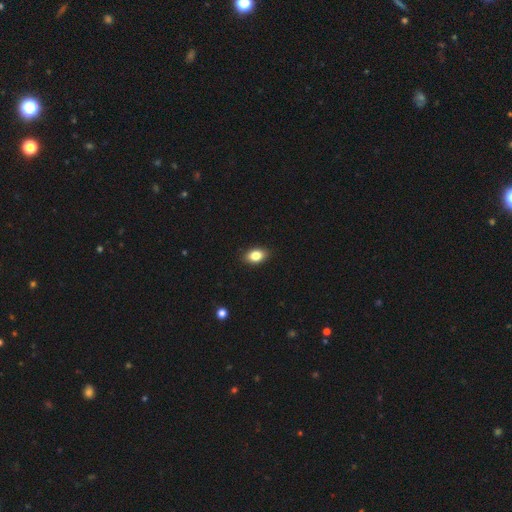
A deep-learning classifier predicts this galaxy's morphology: type=smooth (84%); roundness=in between (84%); merging=none (88%).